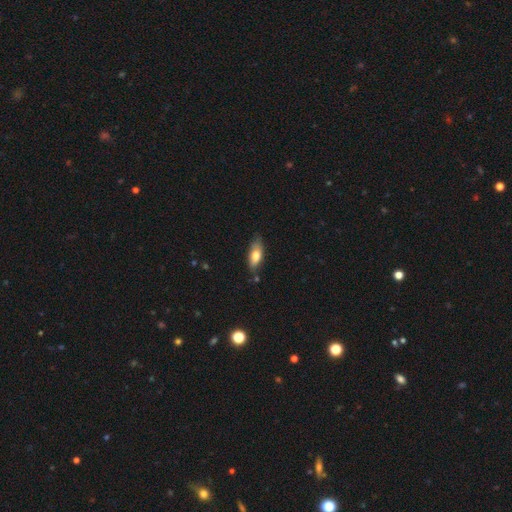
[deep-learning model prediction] This appears to be a smooth galaxy with no disk features (74%) that is in between round and cigar-shaped (76%). Merging: none (69%).